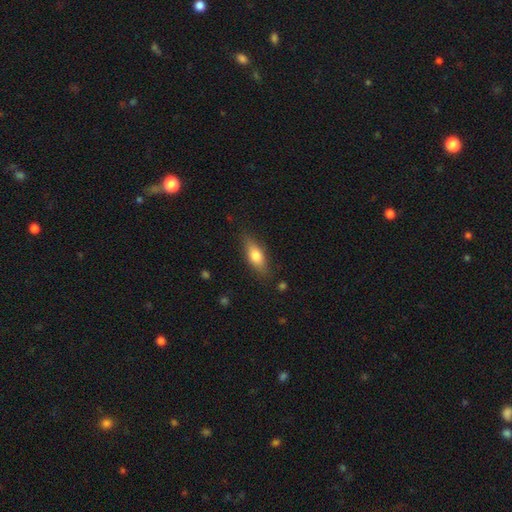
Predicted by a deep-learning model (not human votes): smooth-or-featured: smooth: 72% | featured or disk: 21% | star or artifact: 7%
  how-rounded: in between: 72% | cigar-shaped: 25% | round: 4%
  merging: none: 81% | minor disturbance: 14% | major disturbance: 3% | merger: 1%